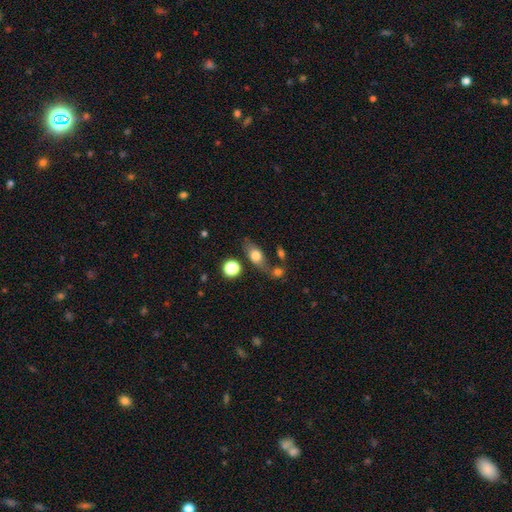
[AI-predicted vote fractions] Smooth or featured?
  - smooth: 69% *
  - featured or disk: 22%
  - star or artifact: 9%
How rounded?
  - in between: 73% *
  - round: 17%
  - cigar-shaped: 10%
Merging?
  - none: 58% *
  - minor disturbance: 17%
  - merger: 17%
  - major disturbance: 8%